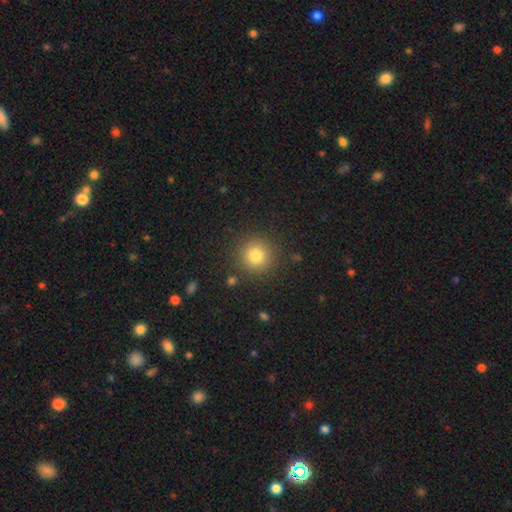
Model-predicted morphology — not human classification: smooth_or_featured: smooth (p=0.81) [alt: star or artifact p=0.12]
how_rounded: round (p=0.94) [alt: in between p=0.05]
merging: none (p=0.88) [alt: minor disturbance p=0.07]